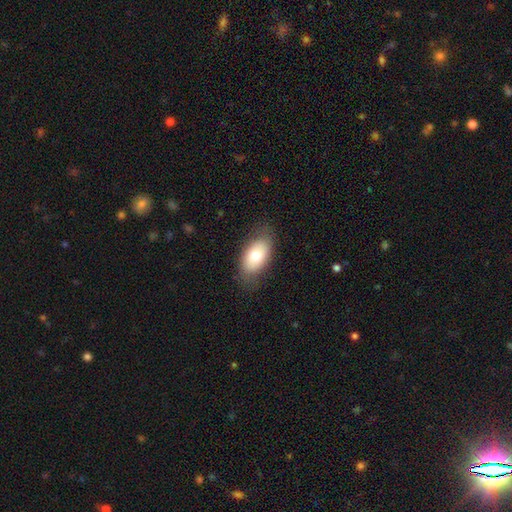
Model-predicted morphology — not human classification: Smooth or featured? smooth (74%)
How rounded? in between (92%)
Merging? none (78%)